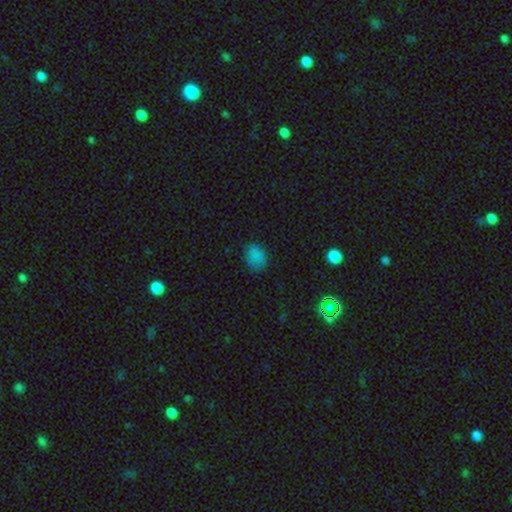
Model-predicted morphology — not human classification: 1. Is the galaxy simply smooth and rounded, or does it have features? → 80% smooth, 15% star or artifact, 5% featured or disk.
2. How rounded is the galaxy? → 58% in between, 41% round, 1% cigar-shaped.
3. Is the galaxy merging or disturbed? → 74% none, 19% minor disturbance, 5% major disturbance, 1% merger.